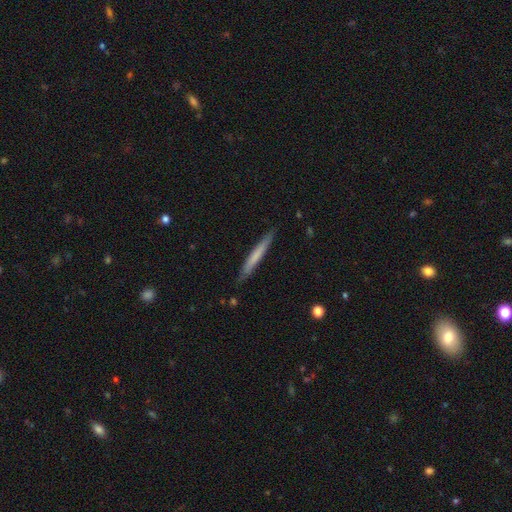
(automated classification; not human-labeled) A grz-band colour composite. It shows a smooth galaxy with no disk features (63%) that is cigar-shaped (96%). Merging: none (88%).